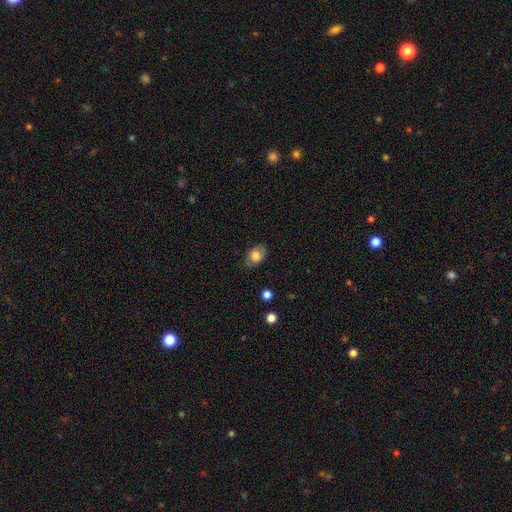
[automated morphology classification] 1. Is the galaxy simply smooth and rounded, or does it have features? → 78% smooth, 13% featured or disk, 9% star or artifact.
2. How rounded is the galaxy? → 75% in between, 24% round, 1% cigar-shaped.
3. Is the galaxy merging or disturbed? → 74% none, 19% minor disturbance, 5% major disturbance, 1% merger.